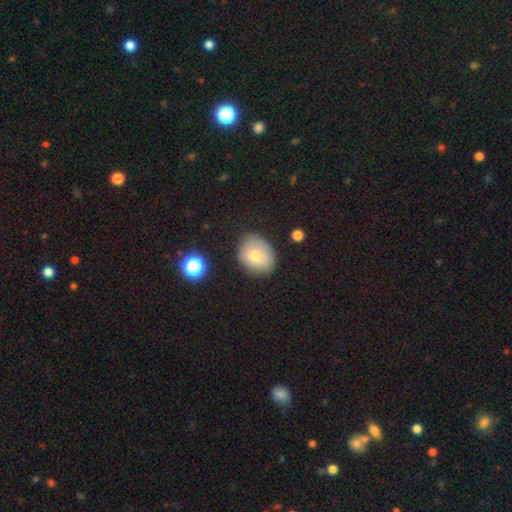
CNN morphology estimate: smooth 75%, featured or disk 16%, star or artifact 9%. Down the decision tree: how rounded — in between (57%); merging — none (74%).